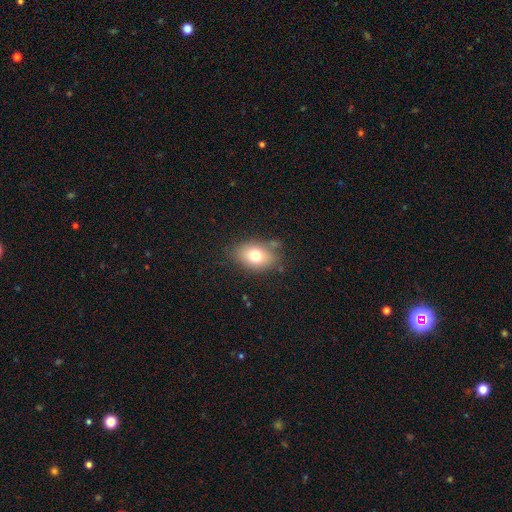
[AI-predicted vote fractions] smooth 74%, featured or disk 16%, star or artifact 10%. Down the decision tree: how rounded — in between (79%); merging — none (72%).